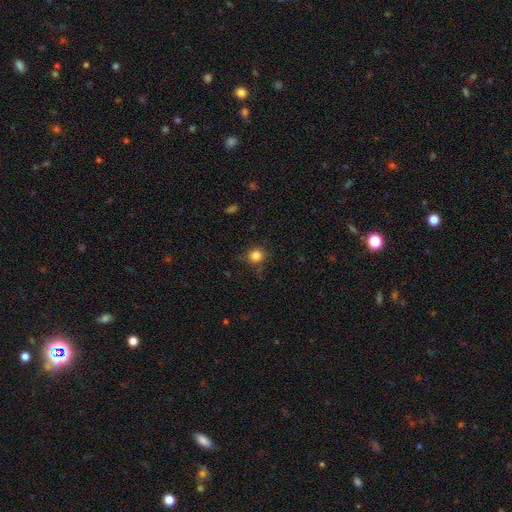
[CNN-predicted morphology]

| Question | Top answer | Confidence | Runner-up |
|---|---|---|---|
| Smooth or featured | smooth | 82% | star or artifact (12%) |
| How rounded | round | 89% | in between (10%) |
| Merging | none | 80% | minor disturbance (14%) |